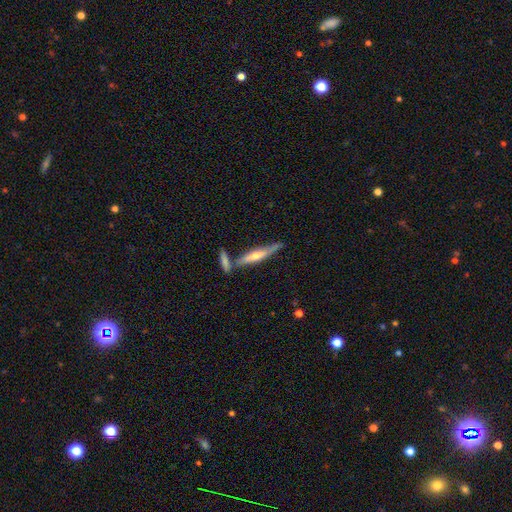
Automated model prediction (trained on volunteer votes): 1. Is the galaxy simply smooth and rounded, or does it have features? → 67% featured or disk, 27% smooth, 7% star or artifact.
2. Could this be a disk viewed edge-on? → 95% yes, 5% no.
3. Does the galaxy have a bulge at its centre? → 78% rounded, 12% none, 10% boxy.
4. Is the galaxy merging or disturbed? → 70% none, 16% merger, 12% minor disturbance, 3% major disturbance.